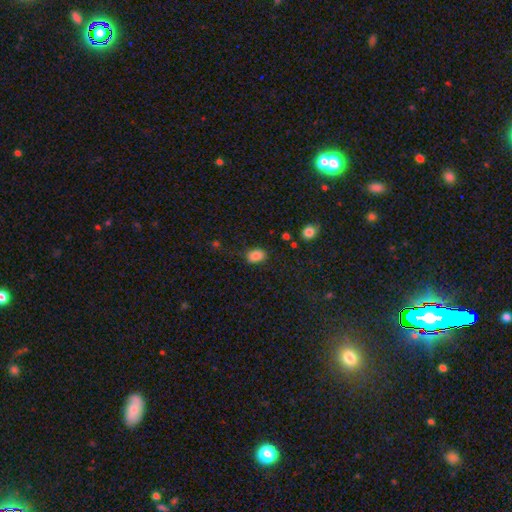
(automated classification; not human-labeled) Smooth or featured: smooth — 86% (star or artifact — 9%)
How rounded: in between — 78% (round — 21%)
Merging: none — 81% (minor disturbance — 14%)